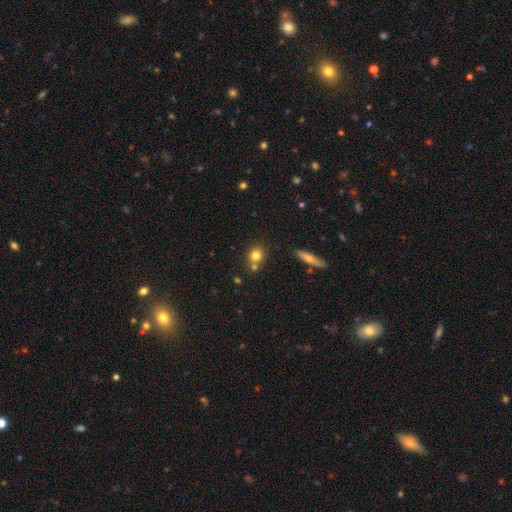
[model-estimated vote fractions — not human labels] Smooth or featured: smooth — 77% (star or artifact — 12%)
How rounded: round — 82% (in between — 16%)
Merging: none — 62% (merger — 26%)